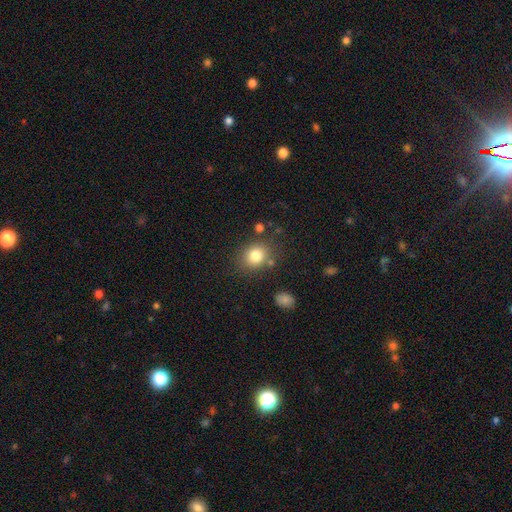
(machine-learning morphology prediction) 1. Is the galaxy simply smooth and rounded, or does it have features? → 81% smooth, 11% star or artifact, 8% featured or disk.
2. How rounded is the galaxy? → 64% round, 35% in between, 1% cigar-shaped.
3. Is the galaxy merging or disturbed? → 77% none, 12% minor disturbance, 6% merger, 4% major disturbance.